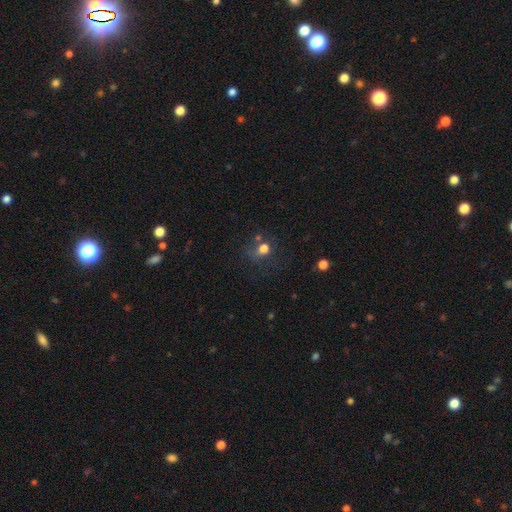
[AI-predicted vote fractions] Smooth or featured? smooth (53%)
How rounded? round (86%)
Merging? none (71%)